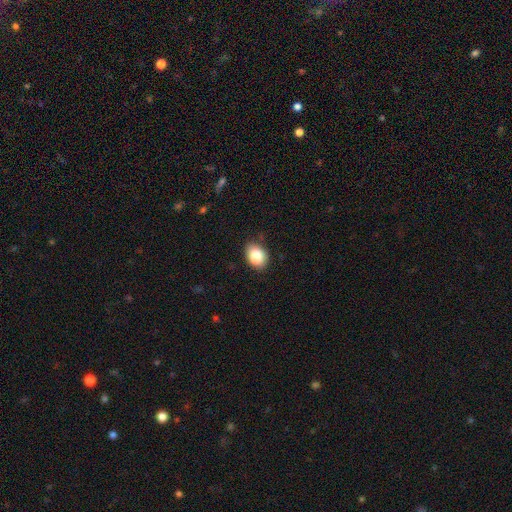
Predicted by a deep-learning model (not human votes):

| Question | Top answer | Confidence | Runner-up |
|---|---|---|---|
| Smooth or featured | smooth | 87% | star or artifact (8%) |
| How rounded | in between | 71% | round (28%) |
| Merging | none | 81% | minor disturbance (15%) |